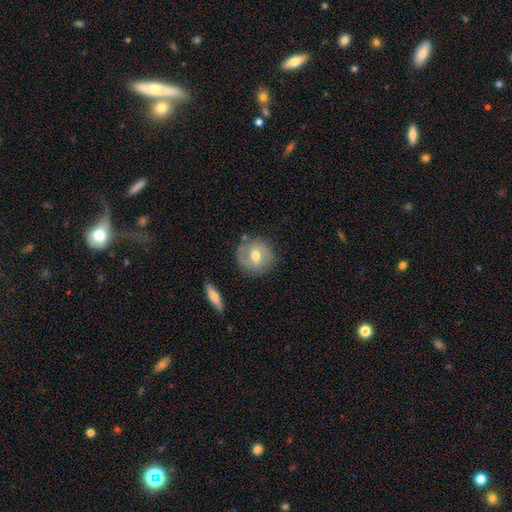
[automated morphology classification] Q: Smooth or featured?
A: smooth (54%); runner-up: featured or disk (39%)
Q: How rounded?
A: round (88%); runner-up: in between (11%)
Q: Merging?
A: none (78%); runner-up: minor disturbance (15%)